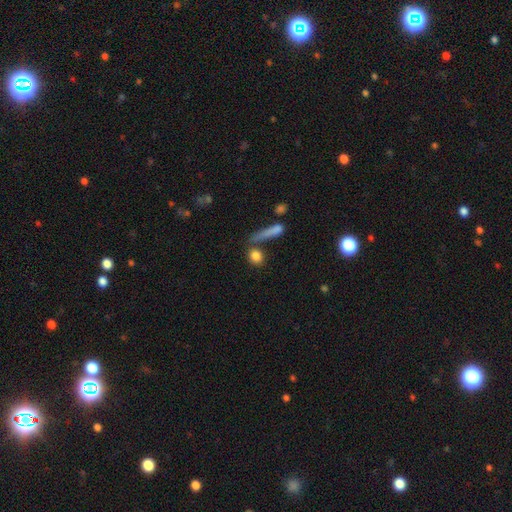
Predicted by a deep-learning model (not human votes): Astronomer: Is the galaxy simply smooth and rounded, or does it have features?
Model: smooth — 82%.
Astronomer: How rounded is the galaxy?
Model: round — 60%.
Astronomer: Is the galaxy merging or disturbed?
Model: none — 62%.